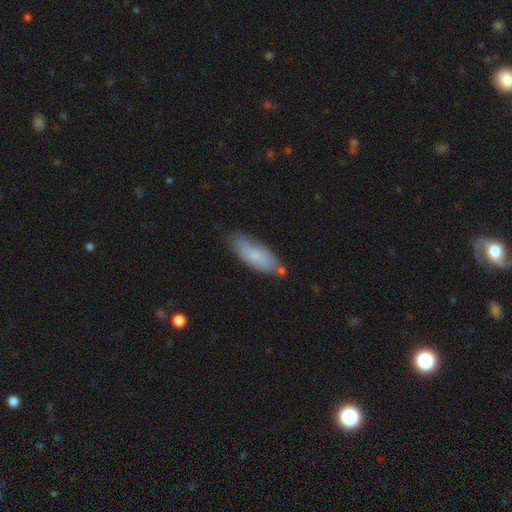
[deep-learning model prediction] smooth_or_featured: smooth (p=0.73) [alt: featured or disk p=0.20]
how_rounded: in between (p=0.71) [alt: cigar-shaped p=0.27]
merging: none (p=0.66) [alt: minor disturbance p=0.23]